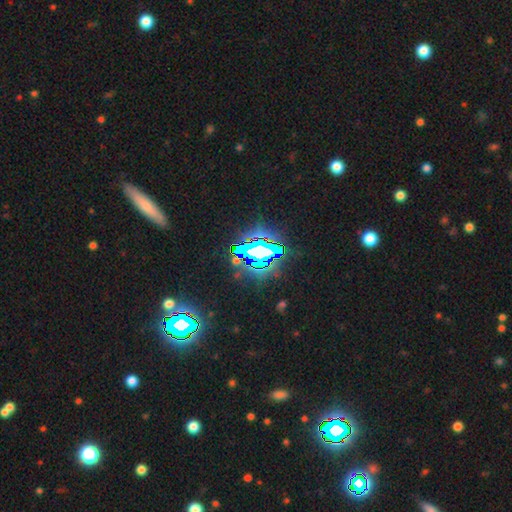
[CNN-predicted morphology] This is likely a star or artifact rather than a galaxy (76%).